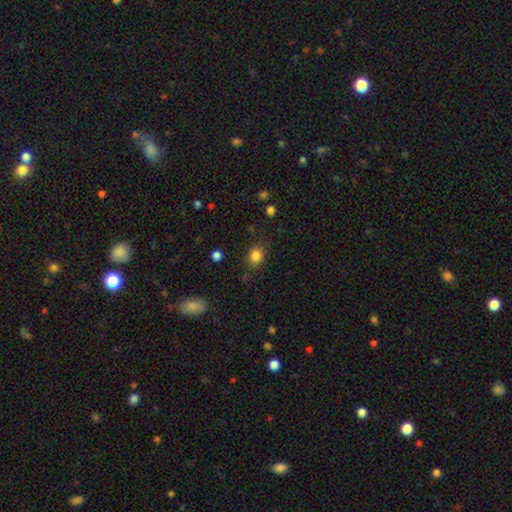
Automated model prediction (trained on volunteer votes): This is clearly a smooth galaxy (84%). How rounded: likely round (69%). Merging: clearly none (82%).